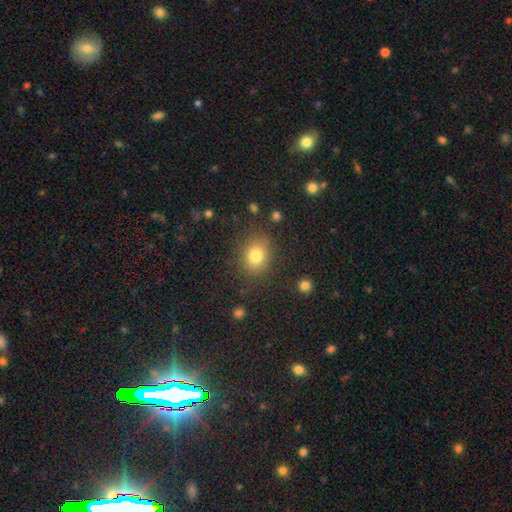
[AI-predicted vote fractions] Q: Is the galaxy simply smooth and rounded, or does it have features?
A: smooth — 79%.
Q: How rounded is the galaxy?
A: round — 58%.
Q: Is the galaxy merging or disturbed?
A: none — 82%.